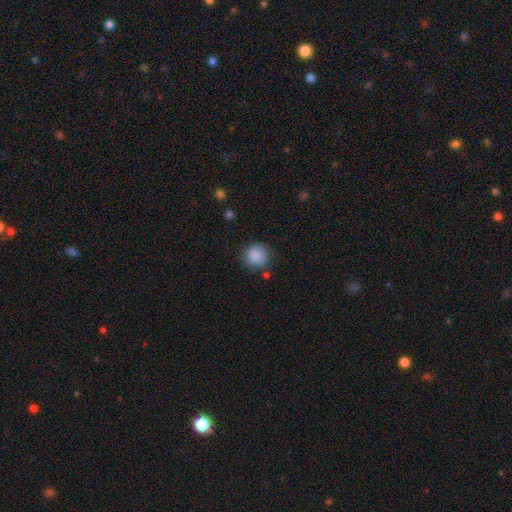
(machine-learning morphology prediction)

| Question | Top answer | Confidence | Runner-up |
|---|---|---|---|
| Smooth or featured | smooth | 88% | star or artifact (9%) |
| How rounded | round | 89% | in between (10%) |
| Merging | none | 80% | minor disturbance (13%) |